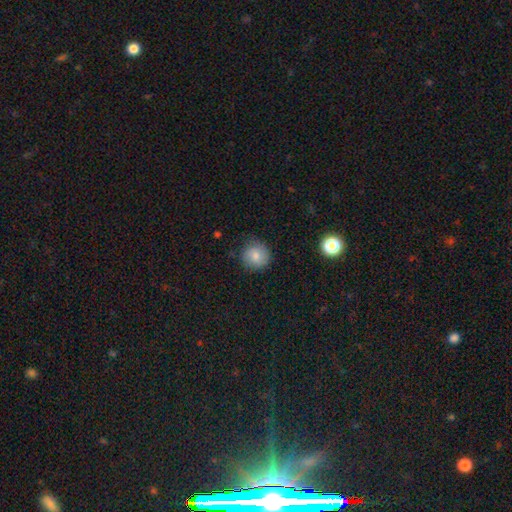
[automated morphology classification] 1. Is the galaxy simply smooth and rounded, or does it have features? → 82% smooth, 9% featured or disk, 9% star or artifact.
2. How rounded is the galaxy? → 92% round, 8% in between, 1% cigar-shaped.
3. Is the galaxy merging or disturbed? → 82% none, 14% minor disturbance, 3% major disturbance, 1% merger.